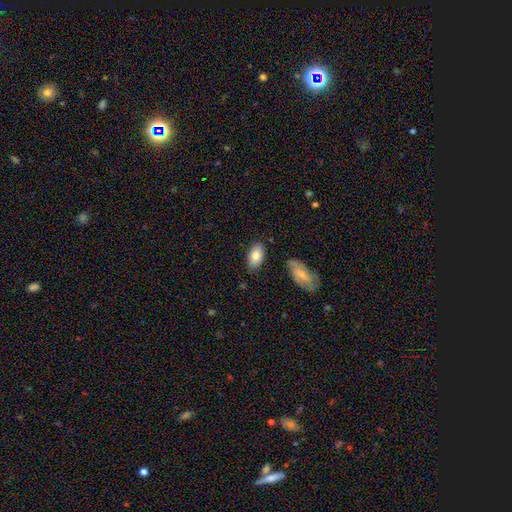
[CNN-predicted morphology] Q: Smooth or featured?
A: smooth (80%); runner-up: featured or disk (13%)
Q: How rounded?
A: in between (93%); runner-up: round (4%)
Q: Merging?
A: none (80%); runner-up: minor disturbance (14%)